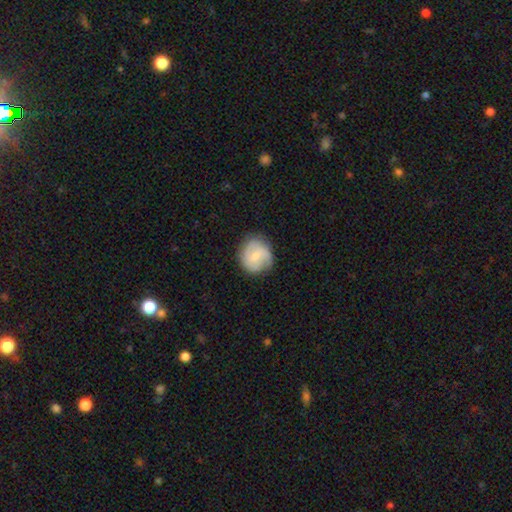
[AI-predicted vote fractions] Smooth or featured: smooth — 48% (featured or disk — 45%)
Merging: none — 73% (minor disturbance — 20%)